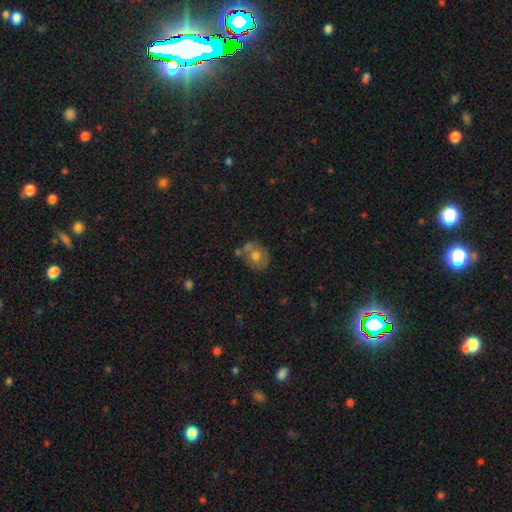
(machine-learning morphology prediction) type=smooth (61%); roundness=round (62%); merging=none (55%).